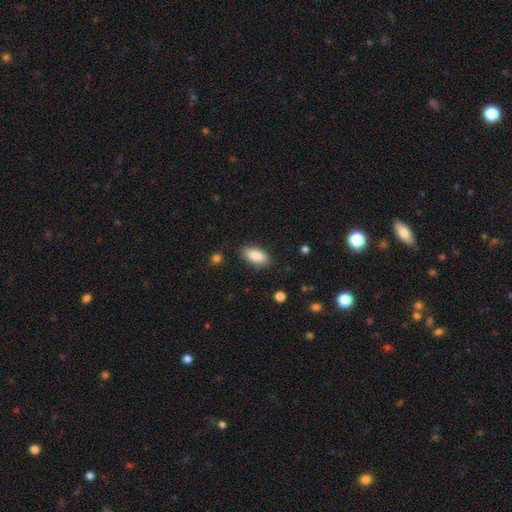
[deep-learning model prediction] Overall: smooth (84%). How rounded: in between (89%). Merging: none (85%).